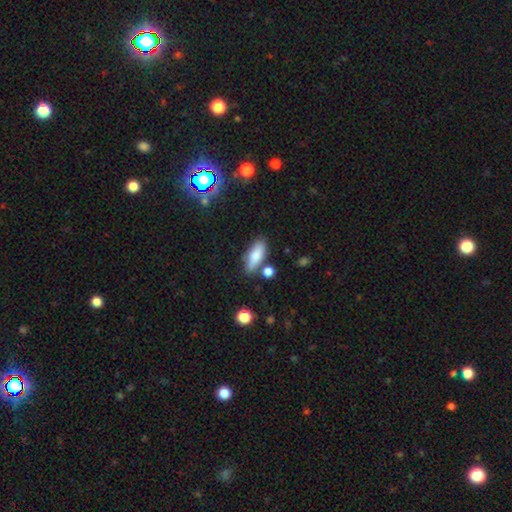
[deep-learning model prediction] smooth-or-featured: smooth: 79% | featured or disk: 13% | star or artifact: 8%
  how-rounded: in between: 69% | cigar-shaped: 27% | round: 3%
  merging: none: 69% | minor disturbance: 17% | merger: 10% | major disturbance: 4%